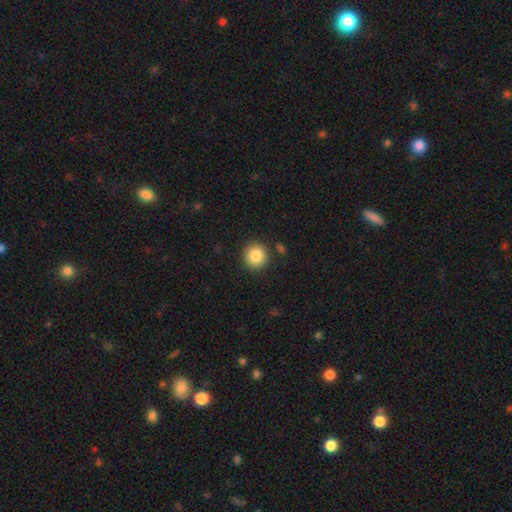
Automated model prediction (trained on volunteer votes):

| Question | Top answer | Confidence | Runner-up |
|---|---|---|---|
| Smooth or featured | smooth | 86% | star or artifact (9%) |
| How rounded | round | 91% | in between (8%) |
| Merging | none | 88% | minor disturbance (7%) |